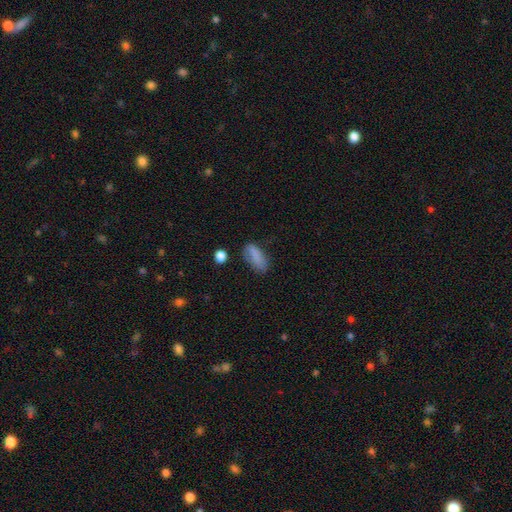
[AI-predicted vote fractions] Q: Smooth or featured?
A: smooth (82%); runner-up: star or artifact (9%)
Q: How rounded?
A: in between (85%); runner-up: cigar-shaped (12%)
Q: Merging?
A: none (62%); runner-up: minor disturbance (26%)